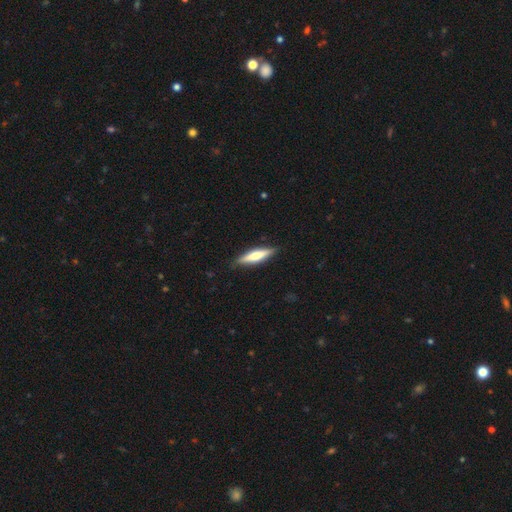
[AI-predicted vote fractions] A smooth galaxy with no disk features (50%) that is cigar-shaped (76%). Merging: none (88%).